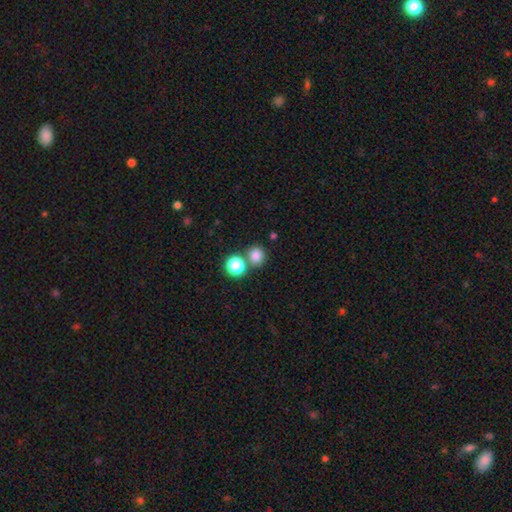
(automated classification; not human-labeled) smooth_or_featured: smooth (p=0.80) [alt: star or artifact p=0.15]
how_rounded: round (p=0.88) [alt: in between p=0.11]
merging: none (p=0.69) [alt: merger p=0.21]